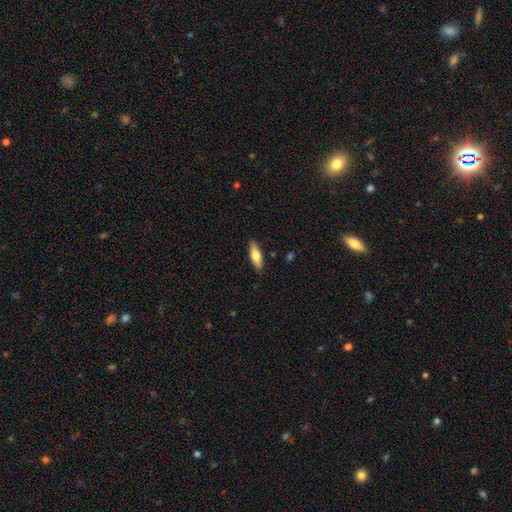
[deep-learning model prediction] Smooth or featured?
  - smooth: 66% *
  - featured or disk: 28%
  - star or artifact: 6%
How rounded?
  - in between: 58% *
  - cigar-shaped: 40%
  - round: 2%
Merging?
  - none: 88% *
  - minor disturbance: 9%
  - major disturbance: 2%
  - merger: 1%